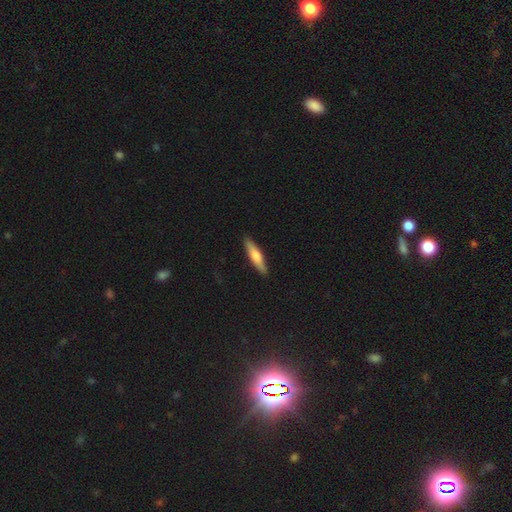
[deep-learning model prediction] A smooth galaxy with no disk features (54%) that is cigar-shaped (84%).

Vote fractions:
- Smooth or featured? smooth: 54% / featured or disk: 41% / star or artifact: 5%
- How rounded? cigar-shaped: 84% / in between: 15% / round: 2%
- Merging? none: 90% / minor disturbance: 8% / major disturbance: 1% / merger: 1%